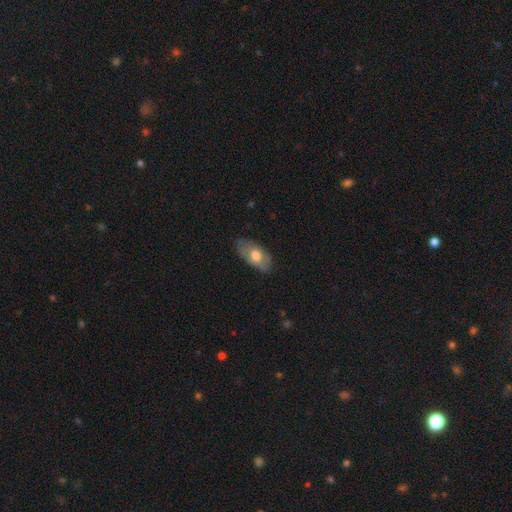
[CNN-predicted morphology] Smooth or featured? Predicted: smooth (p=0.57). How rounded? Predicted: in between (p=0.92). Merging? Predicted: none (p=0.69).